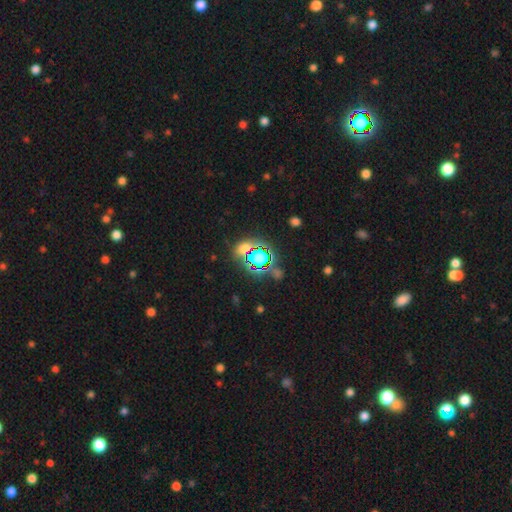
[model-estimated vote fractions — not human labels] Smooth or featured?
  - star or artifact: 65% *
  - smooth: 25%
  - featured or disk: 10%